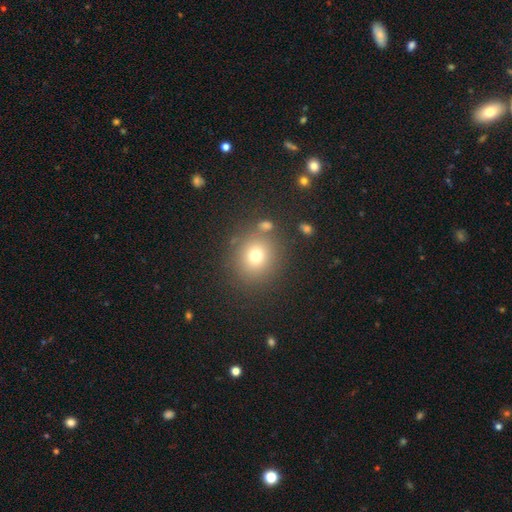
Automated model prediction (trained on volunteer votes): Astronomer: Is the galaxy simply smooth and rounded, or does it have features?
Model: smooth — 73%.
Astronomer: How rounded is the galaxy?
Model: round — 85%.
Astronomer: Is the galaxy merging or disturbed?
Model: none — 80%.